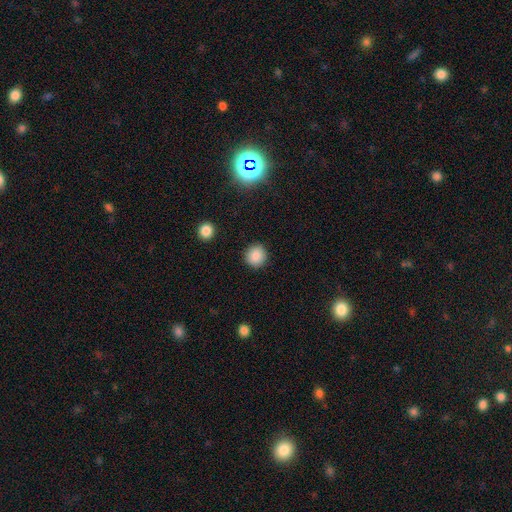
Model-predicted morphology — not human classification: Smooth or featured? Predicted: smooth (p=0.86). How rounded? Predicted: round (p=0.91). Merging? Predicted: none (p=0.90).